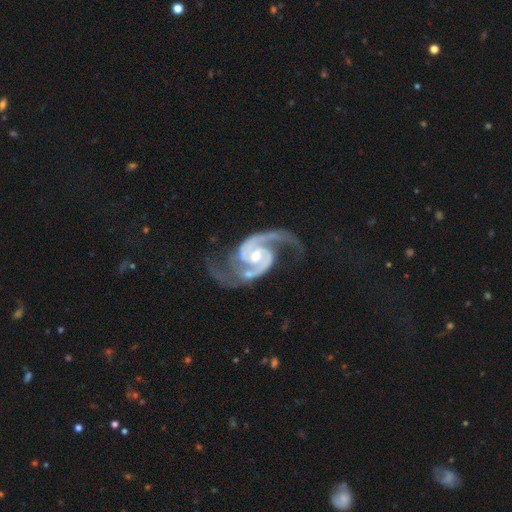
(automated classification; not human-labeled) Smooth or featured? featured or disk (94%)
Edge-on disk? no (98%)
Bar? weak (44%)
Spiral arms? yes (99%)
Spiral winding? medium (62%)
Spiral arm count? 2 (93%)
Bulge size? moderate (54%)
Merging? none (69%)